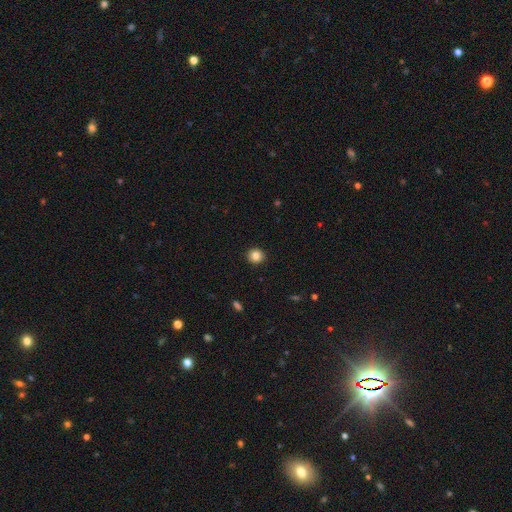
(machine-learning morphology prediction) Smooth or featured?
  - smooth: 84% *
  - star or artifact: 10%
  - featured or disk: 6%
How rounded?
  - round: 90% *
  - in between: 9%
  - cigar-shaped: 1%
Merging?
  - none: 92% *
  - minor disturbance: 5%
  - major disturbance: 2%
  - merger: 1%